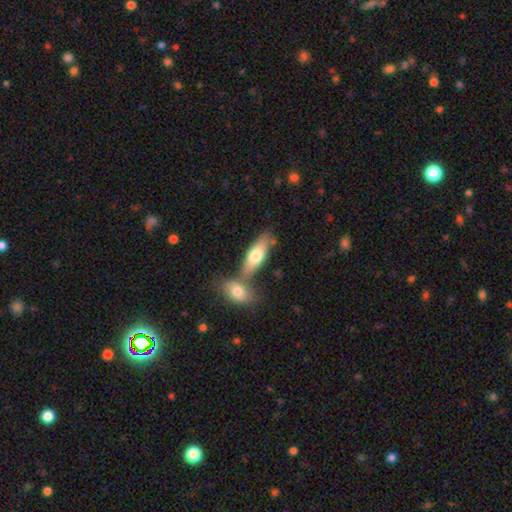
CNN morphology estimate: Smooth or featured: smooth — 69% (featured or disk — 25%)
How rounded: in between — 65% (cigar-shaped — 33%)
Merging: none — 50% (merger — 36%)